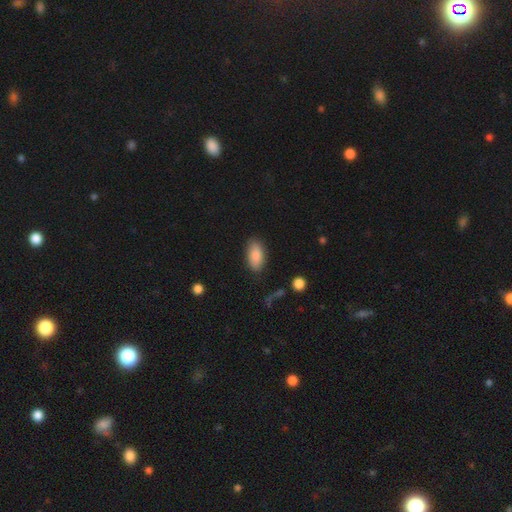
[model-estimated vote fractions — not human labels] This is clearly a smooth galaxy (86%). How rounded: clearly in between (92%). Merging: clearly none (84%).